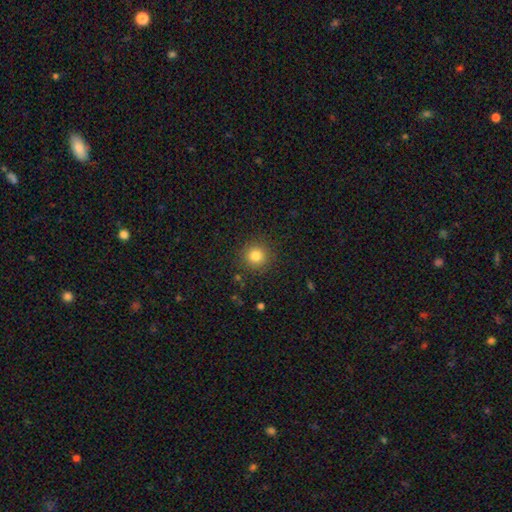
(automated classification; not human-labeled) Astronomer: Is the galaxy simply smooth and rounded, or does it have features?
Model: smooth — 82%.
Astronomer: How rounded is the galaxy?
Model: round — 93%.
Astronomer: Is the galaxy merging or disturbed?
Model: none — 89%.